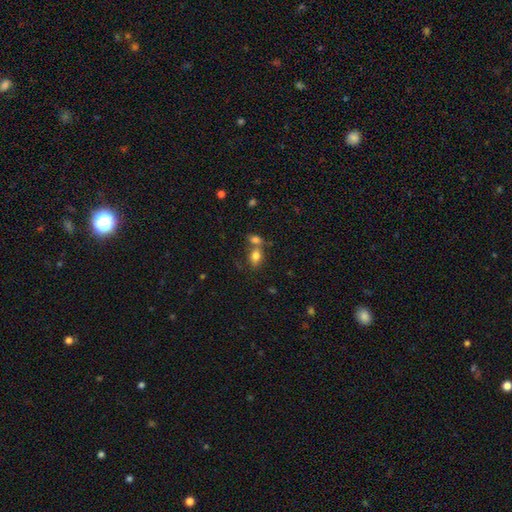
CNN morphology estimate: This is clearly a smooth galaxy (80%). How rounded: clearly in between (83%). Merging: possibly merger (45%).